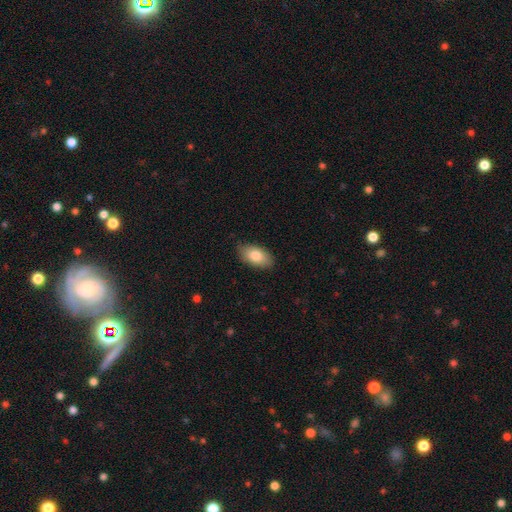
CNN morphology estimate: smooth-or-featured: smooth: 80% | featured or disk: 13% | star or artifact: 7%
  how-rounded: in between: 93% | round: 4% | cigar-shaped: 3%
  merging: none: 85% | minor disturbance: 12% | major disturbance: 2% | merger: 1%